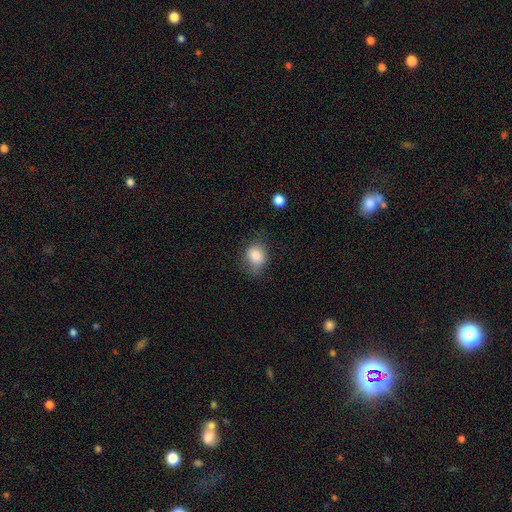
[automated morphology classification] A smooth galaxy with no disk features (83%) that is in between round and cigar-shaped (52%).

Vote fractions:
- Smooth or featured? smooth: 83% / star or artifact: 9% / featured or disk: 8%
- How rounded? in between: 52% / round: 47% / cigar-shaped: 1%
- Merging? none: 64% / minor disturbance: 26% / major disturbance: 9% / merger: 2%